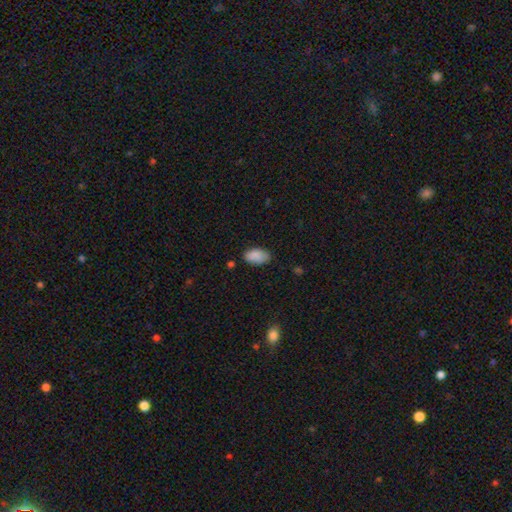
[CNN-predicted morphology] type=smooth (89%); roundness=in between (93%); merging=none (78%).